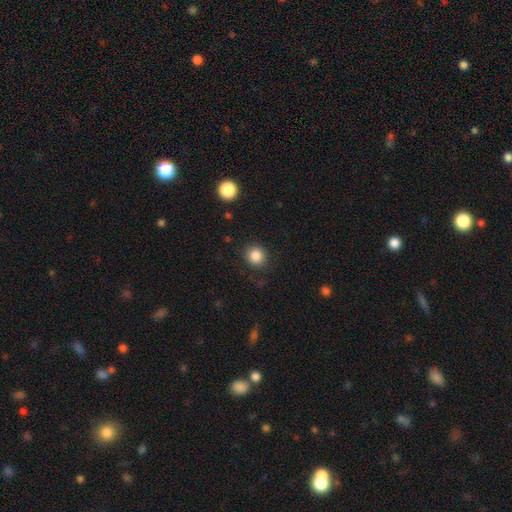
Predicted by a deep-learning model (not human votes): This appears to be a smooth galaxy with no disk features (85%) that is round (87%). Merging: none (84%).